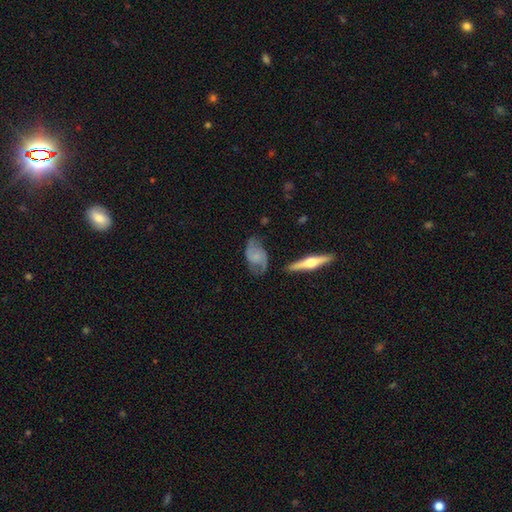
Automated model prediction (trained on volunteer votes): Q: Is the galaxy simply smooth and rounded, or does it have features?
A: featured or disk — 67%.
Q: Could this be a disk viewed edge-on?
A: no — 88%.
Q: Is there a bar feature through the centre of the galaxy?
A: no — 68%.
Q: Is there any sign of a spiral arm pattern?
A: yes — 88%.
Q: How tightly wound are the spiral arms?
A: medium — 41%.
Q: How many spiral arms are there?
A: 2 — 87%.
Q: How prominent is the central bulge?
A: small — 42%.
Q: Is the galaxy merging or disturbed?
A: none — 60%.